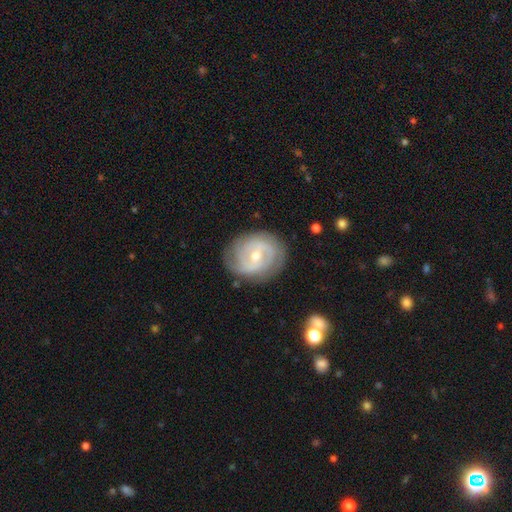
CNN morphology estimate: Overall: featured or disk (79%). Edge-on disk: no (97%). Bar: weak (49%; no 34%). Spiral arms: yes (89%). Spiral arm count: 2 (48%; can't tell 27%). Spiral winding: tight (57%; medium 33%). Bulge size: moderate (49%; small 48%). Merging: none (78%).